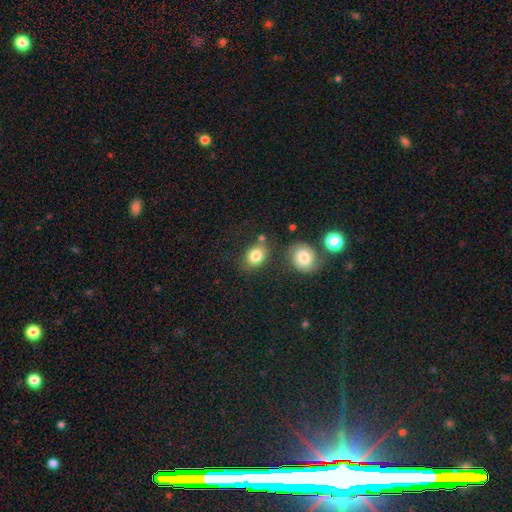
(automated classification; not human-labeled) Morphology: type=smooth (80%); roundness=in between (59%); merging=none (72%).